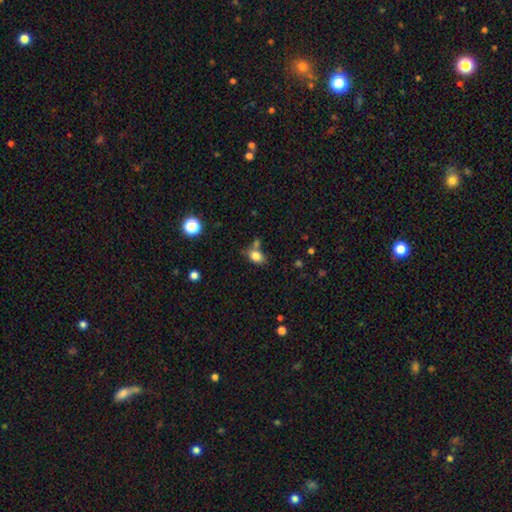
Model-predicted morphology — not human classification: The model was most divided on "merging": none: 57%, merger: 21%, minor disturbance: 17%, major disturbance: 5%. More confident: smooth or featured — smooth (81%); how rounded — in between (71%).